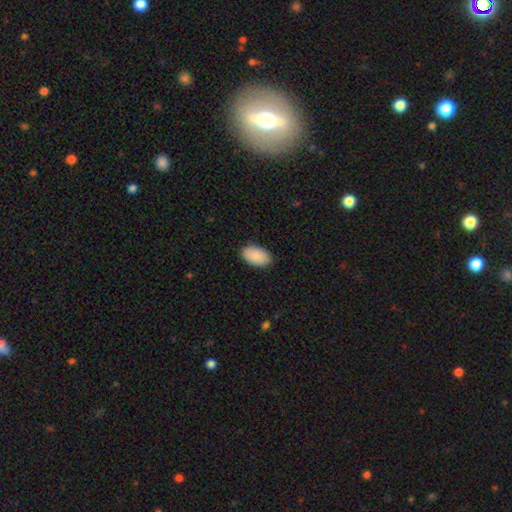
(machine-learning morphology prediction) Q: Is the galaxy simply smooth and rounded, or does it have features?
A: smooth — 90%.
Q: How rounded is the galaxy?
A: in between — 95%.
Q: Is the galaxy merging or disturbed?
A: none — 88%.